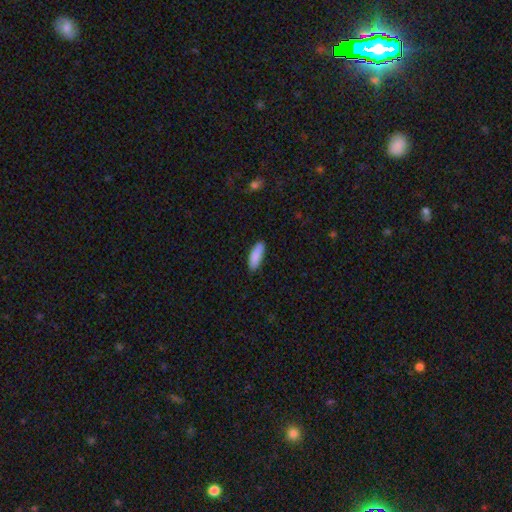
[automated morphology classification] Overall: smooth (89%). How rounded: in between (62%; cigar-shaped 36%). Merging: none (86%).